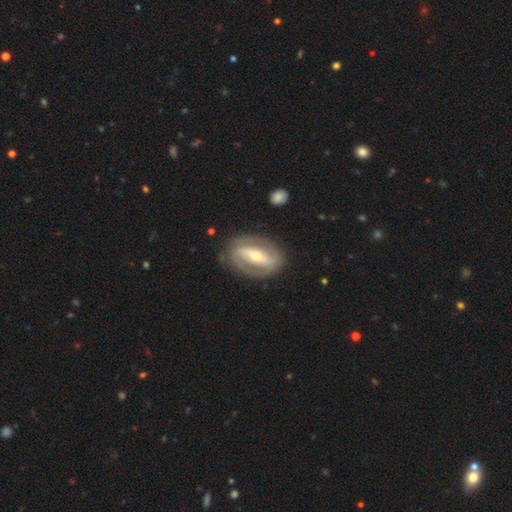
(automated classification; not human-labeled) A featured or disk galaxy (79%) with a strong bar (60%), 2 (80%) tight (45%) spiral arms (77%) and a small central bulge (51%). Merging: none (81%).